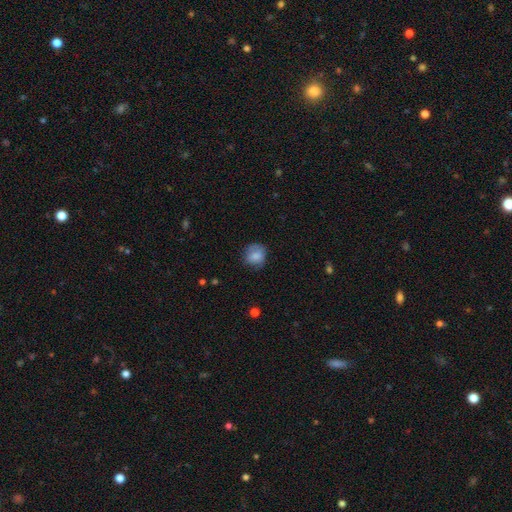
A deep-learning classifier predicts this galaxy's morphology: smooth_or_featured: smooth (p=0.78) [alt: featured or disk p=0.14]
how_rounded: round (p=0.76) [alt: in between p=0.24]
merging: none (p=0.66) [alt: minor disturbance p=0.25]